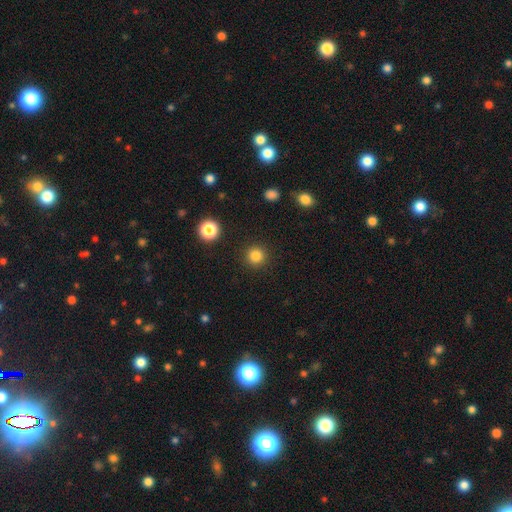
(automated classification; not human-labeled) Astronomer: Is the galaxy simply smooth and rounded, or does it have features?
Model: smooth — 84%.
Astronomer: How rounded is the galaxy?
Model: round — 95%.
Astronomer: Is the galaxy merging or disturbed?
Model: none — 91%.